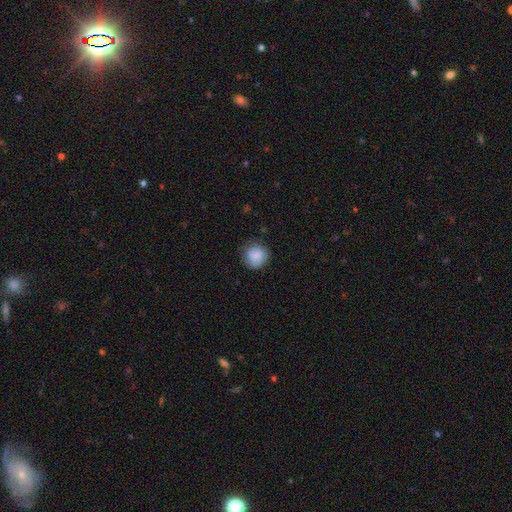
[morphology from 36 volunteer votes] Smooth or featured? 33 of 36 (92%) said smooth. How rounded? 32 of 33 (97%) said round. Merging? 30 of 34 (88%) said none.